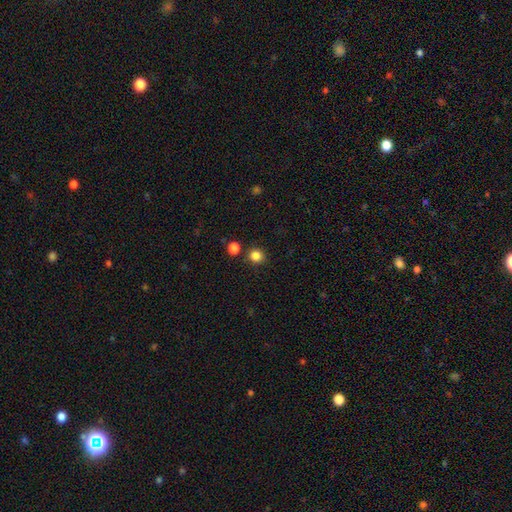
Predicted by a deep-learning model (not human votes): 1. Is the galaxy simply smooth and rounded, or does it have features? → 84% smooth, 12% star or artifact, 4% featured or disk.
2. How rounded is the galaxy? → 91% round, 8% in between, 1% cigar-shaped.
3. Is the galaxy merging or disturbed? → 86% none, 6% minor disturbance, 5% merger, 2% major disturbance.